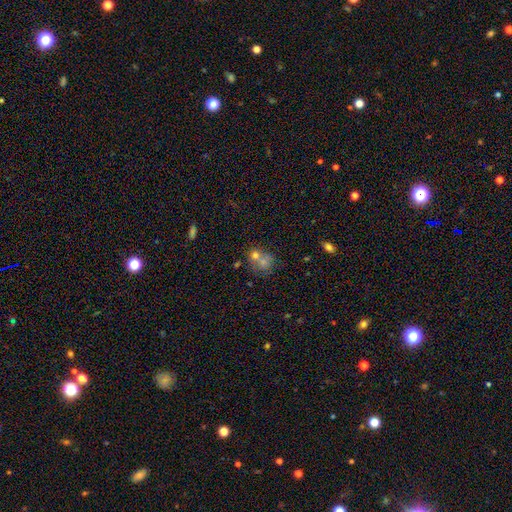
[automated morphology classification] This appears to be a smooth galaxy with no disk features (67%) that is round (72%). Merging: merger (58%).